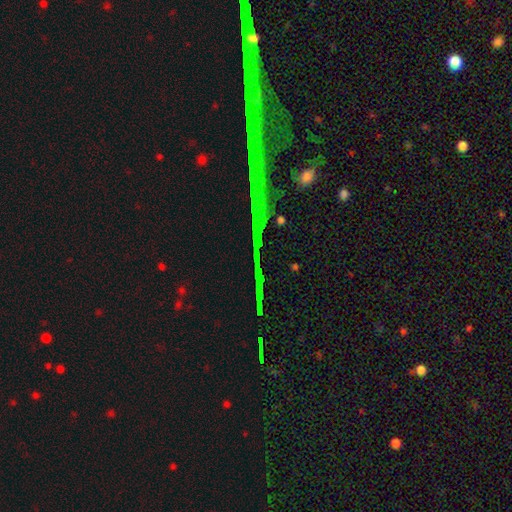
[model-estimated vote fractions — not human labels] Q: Smooth or featured?
A: star or artifact (85%); runner-up: featured or disk (8%)